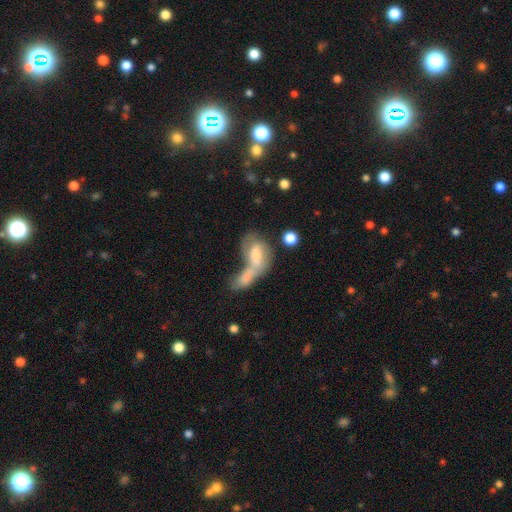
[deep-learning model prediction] This is possibly a smooth galaxy (51%). How rounded: likely in between (78%). Merging: likely merger (64%).